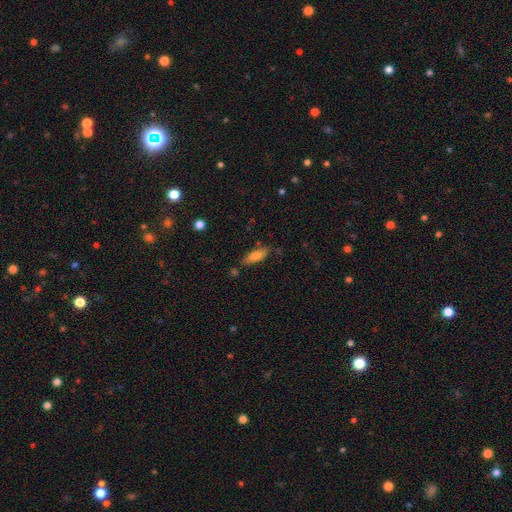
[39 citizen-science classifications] A smooth galaxy with no disk features (82%) that is in between round and cigar-shaped (75%).

Vote fractions:
- Smooth or featured? smooth: 82% / featured or disk: 10% / star or artifact: 8%
- How rounded? in between: 75% / cigar-shaped: 25% / round: 0%
- Merging? none: 83% / minor disturbance: 14% / merger: 3% / major disturbance: 0%